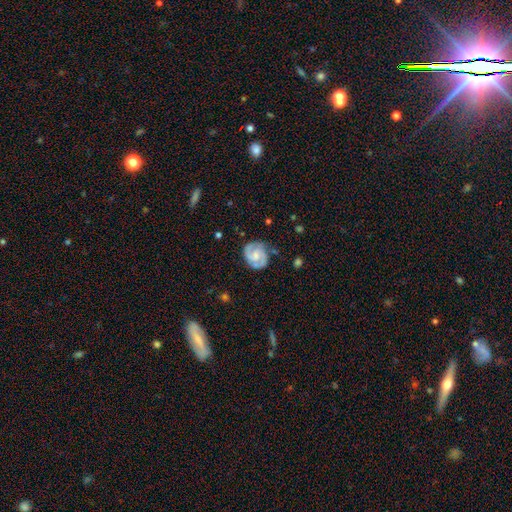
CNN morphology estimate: Smooth or featured? Predicted: featured or disk (p=0.83). Edge-on disk? Predicted: no (p=0.98). Bar? Predicted: no (p=0.49). Spiral arms? Predicted: yes (p=0.97). Spiral winding? Predicted: tight (p=0.48). Spiral arm count? Predicted: 2 (p=0.83). Bulge size? Predicted: small (p=0.41). Merging? Predicted: none (p=0.77).